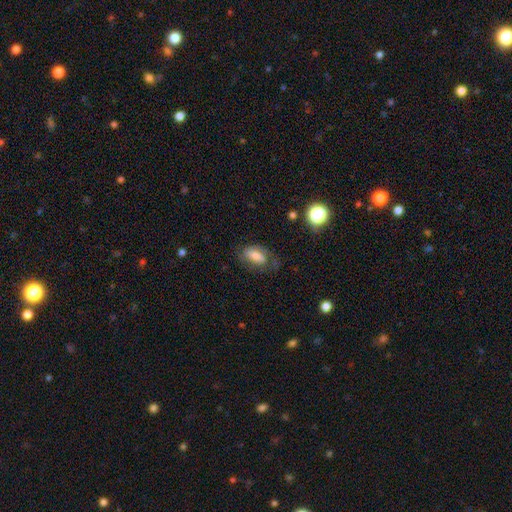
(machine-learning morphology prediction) A smooth galaxy with no disk features (60%) that is in between round and cigar-shaped (88%).

Vote fractions:
- Smooth or featured? smooth: 60% / featured or disk: 31% / star or artifact: 9%
- How rounded? in between: 88% / cigar-shaped: 7% / round: 6%
- Merging? none: 58% / minor disturbance: 23% / major disturbance: 17% / merger: 2%